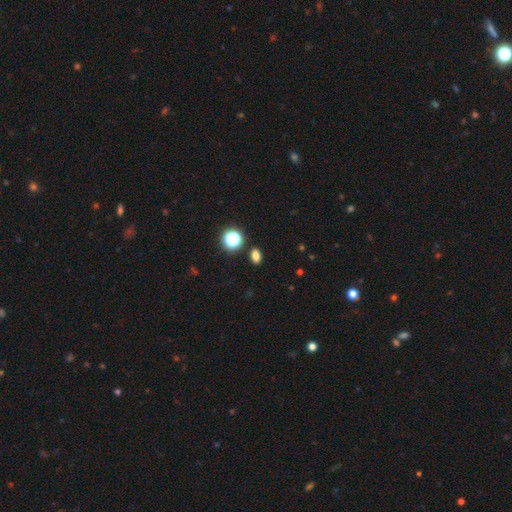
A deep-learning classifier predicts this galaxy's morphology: Smooth or featured? smooth (76%)
How rounded? in between (76%)
Merging? none (87%)